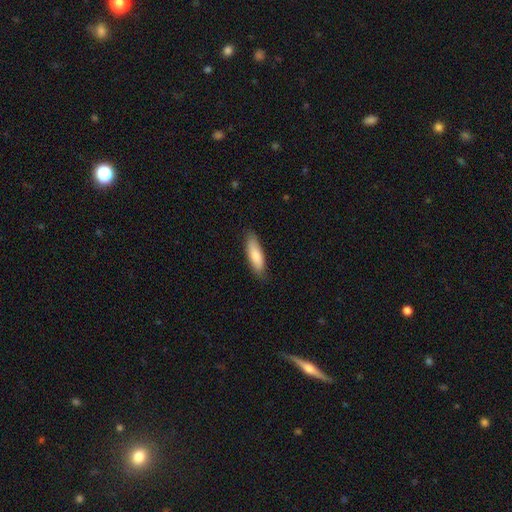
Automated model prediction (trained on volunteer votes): Overall: smooth (80%). How rounded: in between (50%; cigar-shaped 48%). Merging: none (84%).